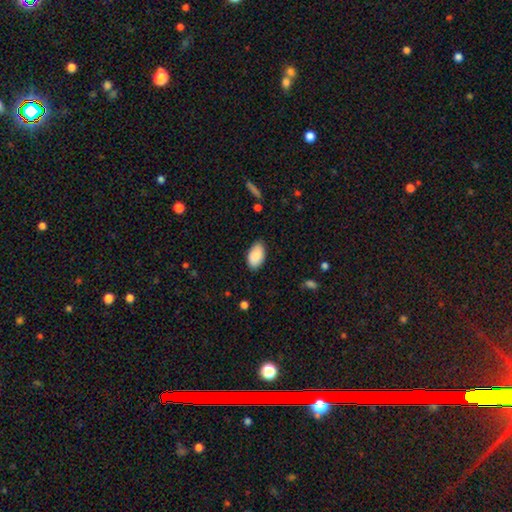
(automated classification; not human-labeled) This appears to be a smooth galaxy with no disk features (87%) that is in between round and cigar-shaped (95%). Merging: none (81%).